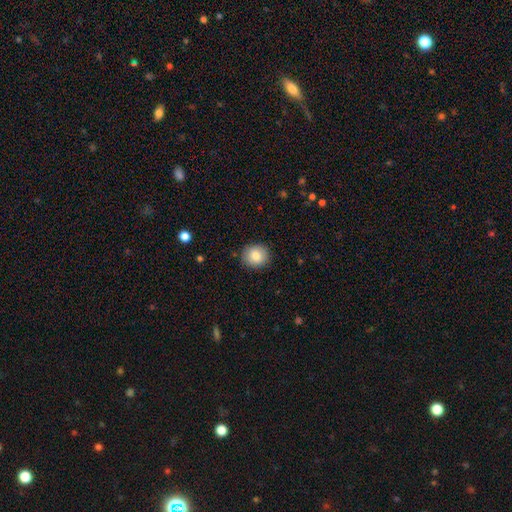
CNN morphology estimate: smooth 83%, star or artifact 8%, featured or disk 8%. Down the decision tree: how rounded — round (85%); merging — none (89%).